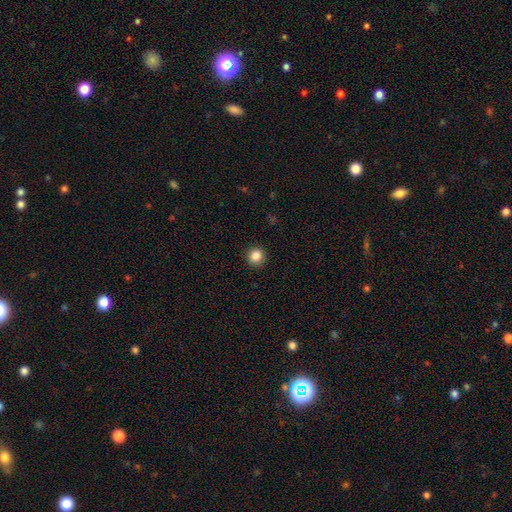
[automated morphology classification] Q: Smooth or featured?
A: smooth (85%); runner-up: star or artifact (11%)
Q: How rounded?
A: round (91%); runner-up: in between (8%)
Q: Merging?
A: none (92%); runner-up: minor disturbance (5%)